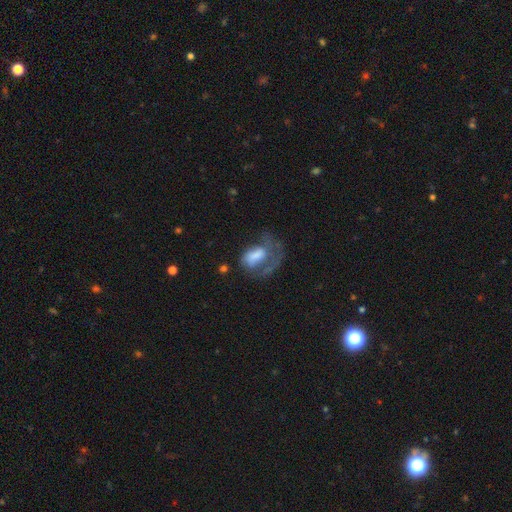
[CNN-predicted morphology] This appears to be a smooth galaxy with no disk features (46%). Merging: major disturbance (55%).